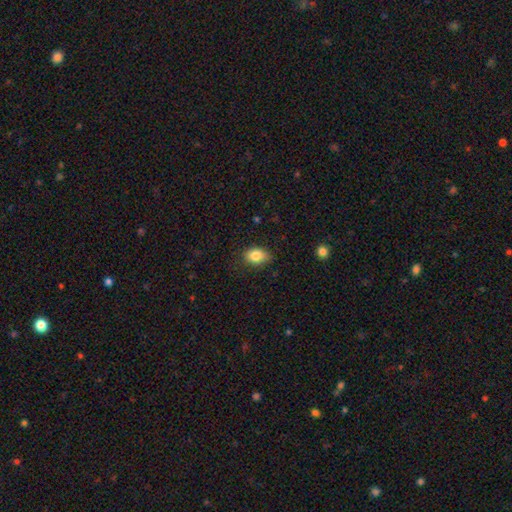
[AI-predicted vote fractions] Smooth or featured: smooth — 84% (star or artifact — 9%)
How rounded: in between — 78% (round — 20%)
Merging: none — 73% (minor disturbance — 22%)